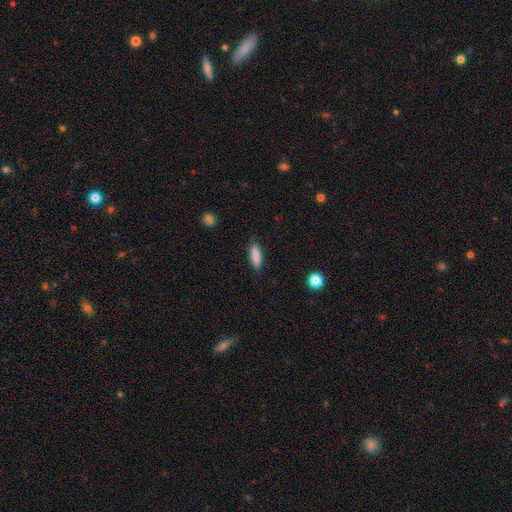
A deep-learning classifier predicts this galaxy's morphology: Smooth or featured? Predicted: smooth (p=0.85). How rounded? Predicted: cigar-shaped (p=0.51). Merging? Predicted: none (p=0.84).